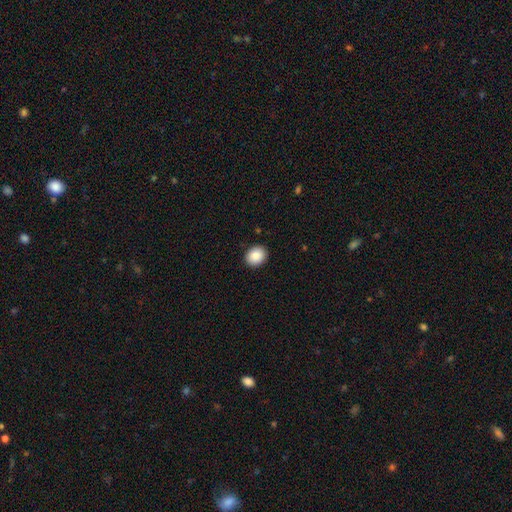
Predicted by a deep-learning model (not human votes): Morphology: type=smooth (88%); roundness=round (57%); merging=none (91%).